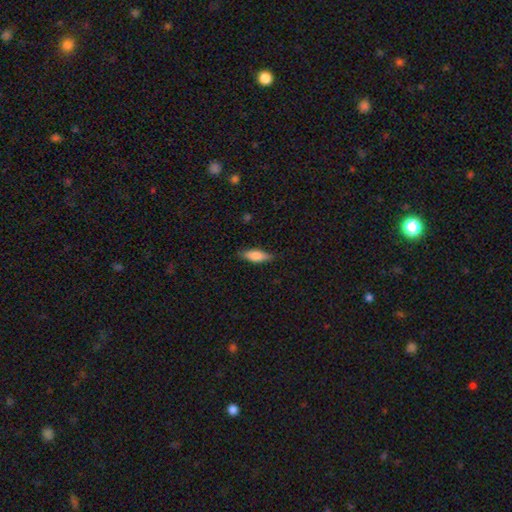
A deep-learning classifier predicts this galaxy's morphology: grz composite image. It shows a smooth galaxy with no disk features (75%) that is in between round and cigar-shaped (60%). Merging: none (81%).